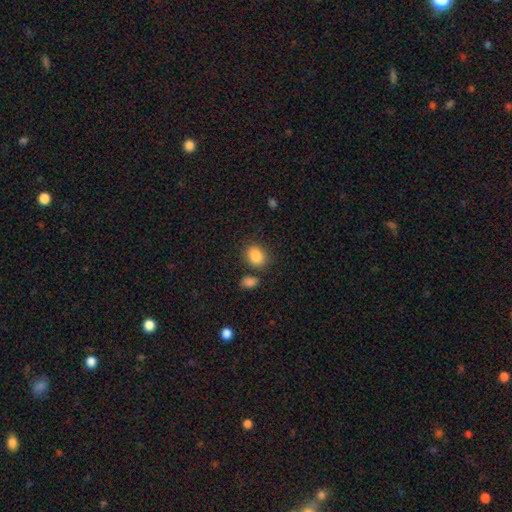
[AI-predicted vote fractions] This appears to be a smooth galaxy with no disk features (87%) that is in between round and cigar-shaped (60%). Merging: none (74%).